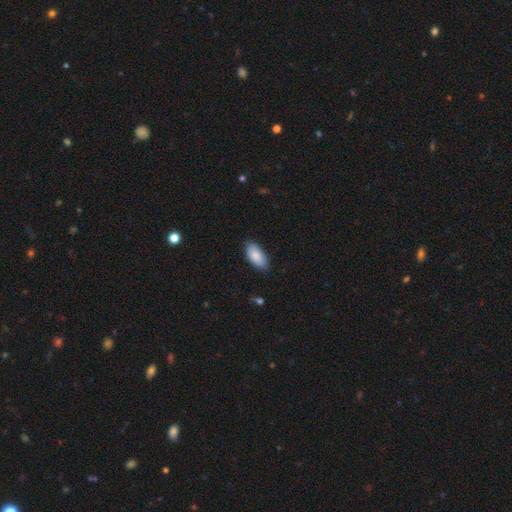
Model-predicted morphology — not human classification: Smooth or featured: smooth — 87% (featured or disk — 7%)
How rounded: in between — 92% (cigar-shaped — 6%)
Merging: none — 83% (minor disturbance — 14%)